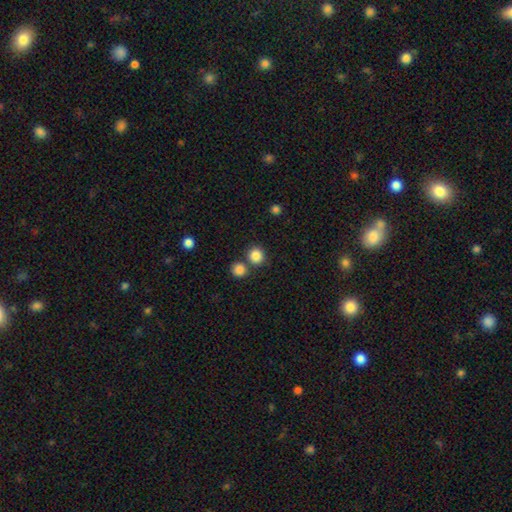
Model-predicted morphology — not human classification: smooth_or_featured: smooth (p=0.85) [alt: star or artifact p=0.11]
how_rounded: round (p=0.90) [alt: in between p=0.09]
merging: none (p=0.71) [alt: merger p=0.19]